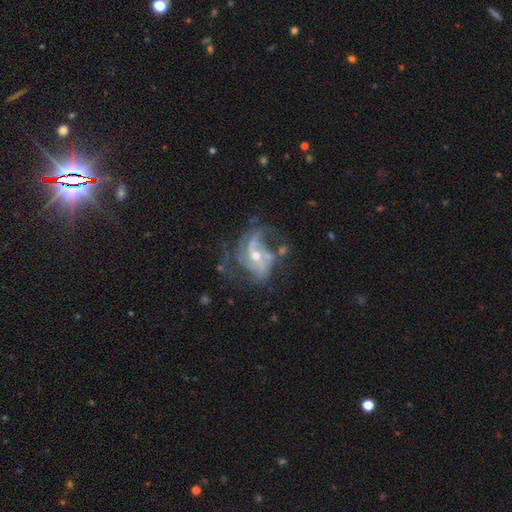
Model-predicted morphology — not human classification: This appears to be a featured or disk galaxy (87%) with no bar (48%), 2 (38%) medium (45%) spiral arms (93%) and a moderate central bulge (53%). Merging: none (46%).